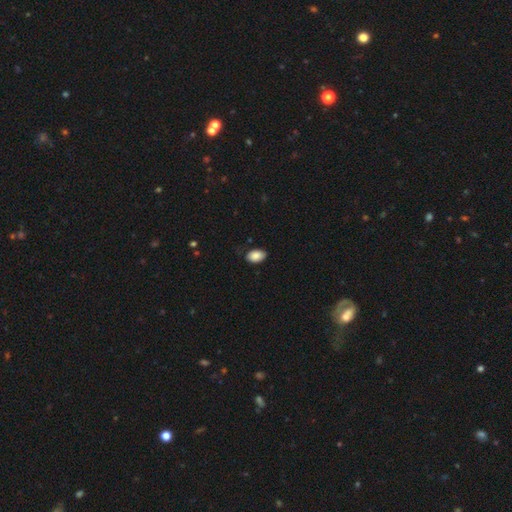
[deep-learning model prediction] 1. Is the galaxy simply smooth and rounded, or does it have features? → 88% smooth, 7% star or artifact, 5% featured or disk.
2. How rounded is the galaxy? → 90% in between, 9% round, 1% cigar-shaped.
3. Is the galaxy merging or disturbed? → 79% none, 17% minor disturbance, 3% major disturbance, 1% merger.